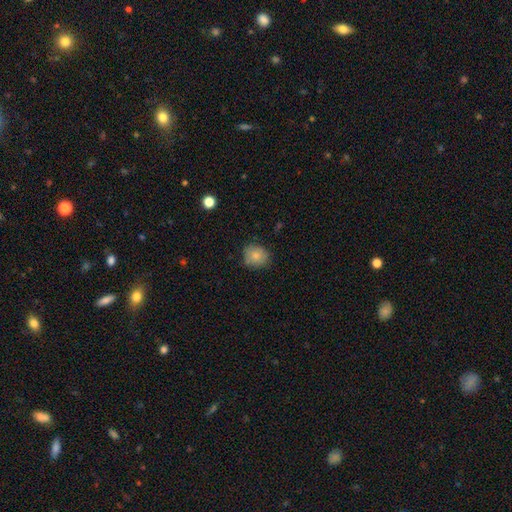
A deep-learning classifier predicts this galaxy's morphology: The model was most divided on "how rounded": round: 73%, in between: 26%, cigar-shaped: 1%. More confident: smooth or featured — smooth (82%); merging — none (78%).